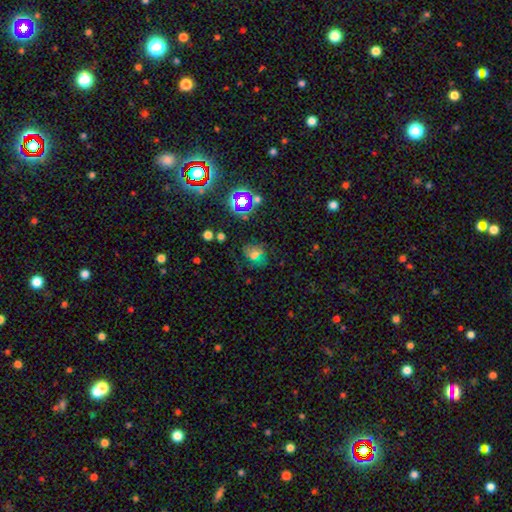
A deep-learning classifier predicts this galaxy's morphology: Smooth or featured? Predicted: smooth (p=0.51). How rounded? Predicted: round (p=0.50). Merging? Predicted: none (p=0.61).